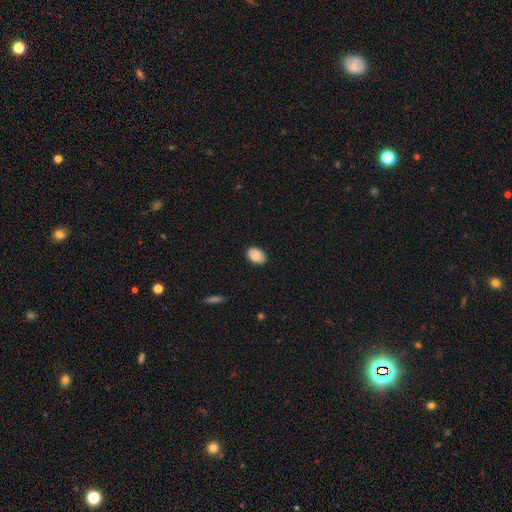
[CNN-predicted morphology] A smooth galaxy with no disk features (79%) that is in between round and cigar-shaped (87%). Merging: none (85%).